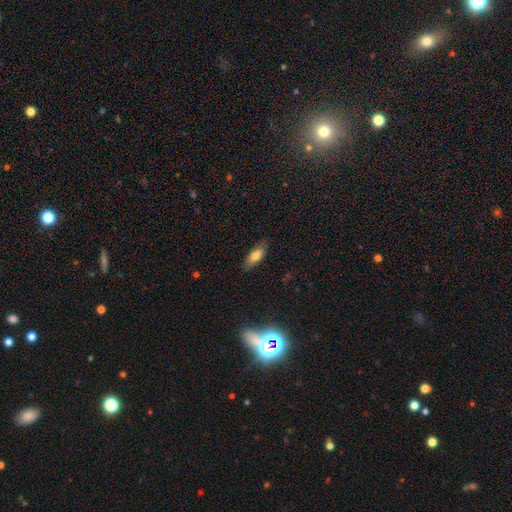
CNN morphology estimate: smooth-or-featured: smooth: 74% | featured or disk: 18% | star or artifact: 8%
  how-rounded: in between: 72% | cigar-shaped: 26% | round: 2%
  merging: none: 83% | minor disturbance: 13% | major disturbance: 3% | merger: 1%